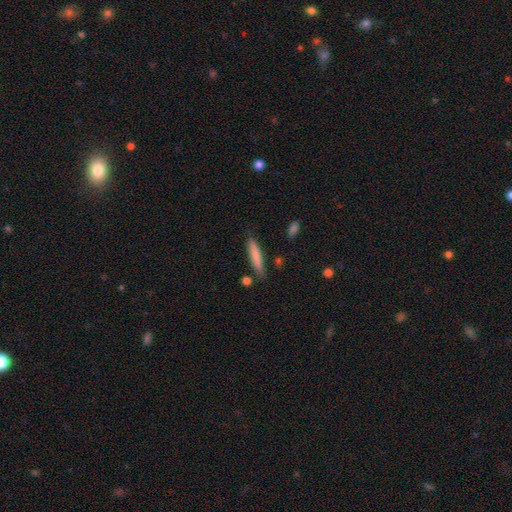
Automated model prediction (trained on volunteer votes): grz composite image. It shows a smooth galaxy with no disk features (79%) that is cigar-shaped (85%). Merging: none (82%).